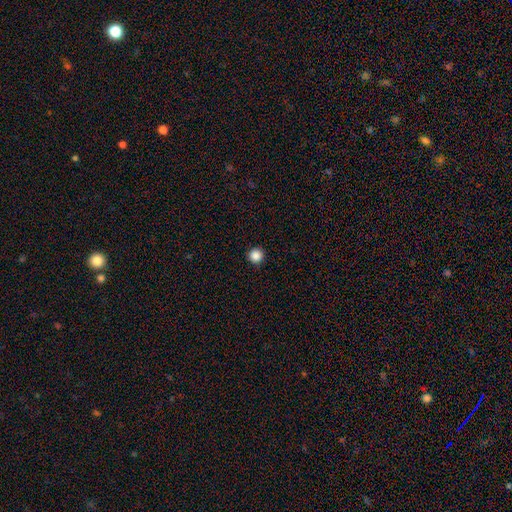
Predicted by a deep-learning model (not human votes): Smooth or featured? smooth (87%)
How rounded? round (96%)
Merging? none (93%)